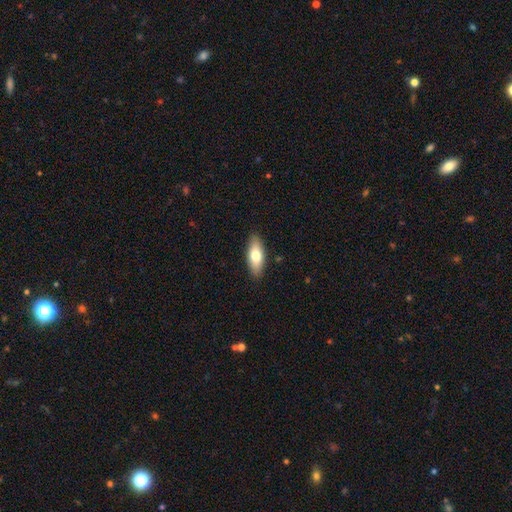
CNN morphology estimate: type=smooth (71%); roundness=in between (76%); merging=none (89%).